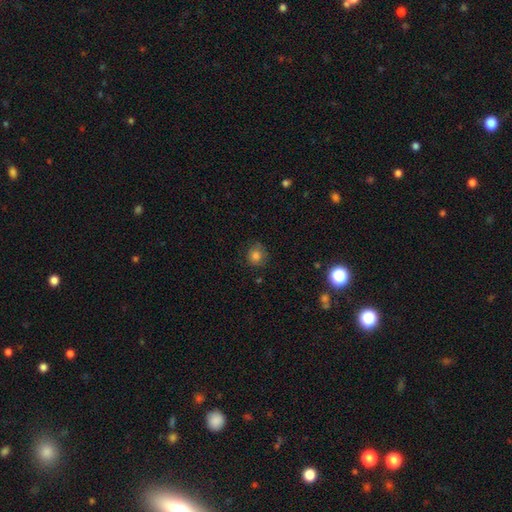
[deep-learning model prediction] Q: Smooth or featured?
A: smooth (81%); runner-up: star or artifact (12%)
Q: How rounded?
A: round (86%); runner-up: in between (13%)
Q: Merging?
A: none (75%); runner-up: minor disturbance (19%)